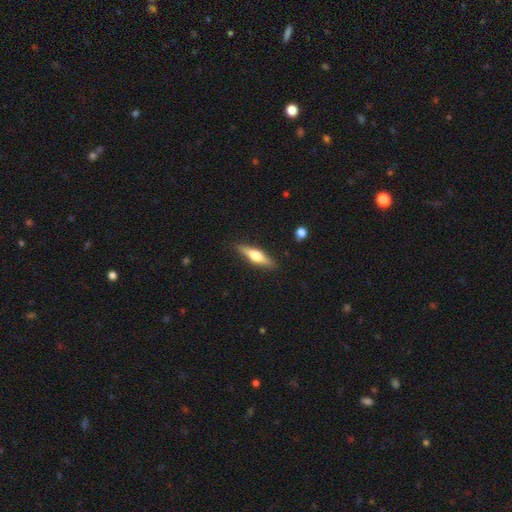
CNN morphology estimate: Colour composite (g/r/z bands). It shows a featured or disk galaxy (49%). Merging: none (88%).